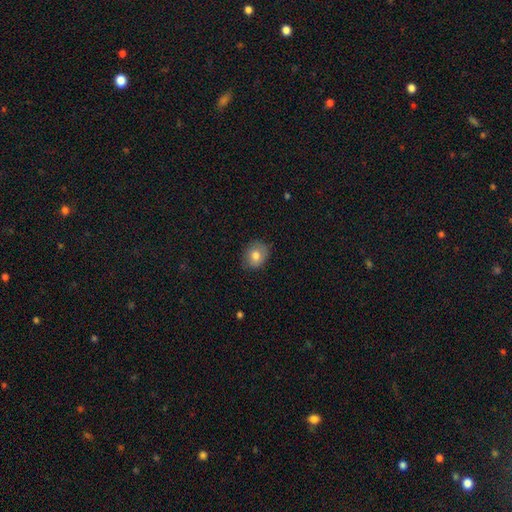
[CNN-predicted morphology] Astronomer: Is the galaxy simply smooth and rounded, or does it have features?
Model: smooth — 77%.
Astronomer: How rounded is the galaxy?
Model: round — 63%.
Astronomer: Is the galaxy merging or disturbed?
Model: none — 79%.